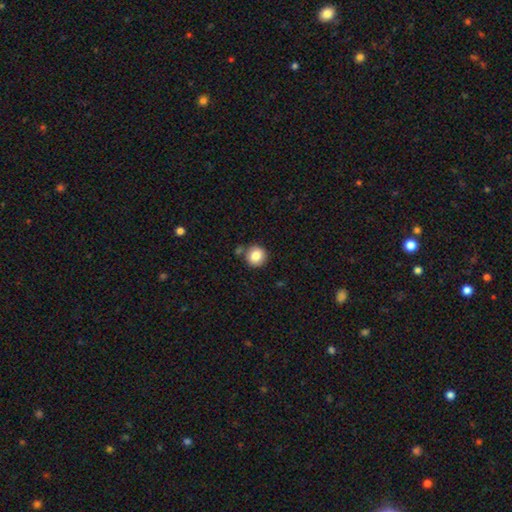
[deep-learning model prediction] smooth-or-featured: smooth: 85% | star or artifact: 9% | featured or disk: 6%
  how-rounded: round: 91% | in between: 8% | cigar-shaped: 1%
  merging: none: 79% | minor disturbance: 10% | merger: 8% | major disturbance: 3%